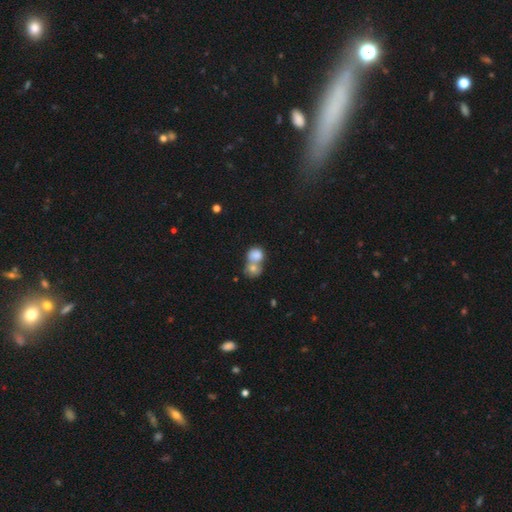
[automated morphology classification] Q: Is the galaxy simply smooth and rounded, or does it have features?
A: smooth — 81%.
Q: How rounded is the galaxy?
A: round — 72%.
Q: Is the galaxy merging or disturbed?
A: merger — 63%.